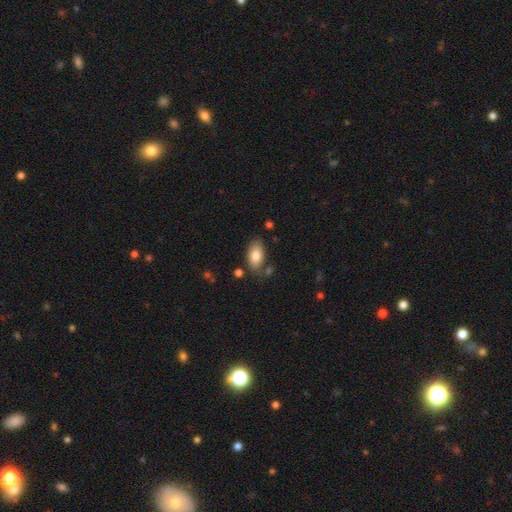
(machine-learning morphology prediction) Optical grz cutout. It shows a smooth galaxy with no disk features (81%) that is in between round and cigar-shaped (92%). Merging: none (77%).